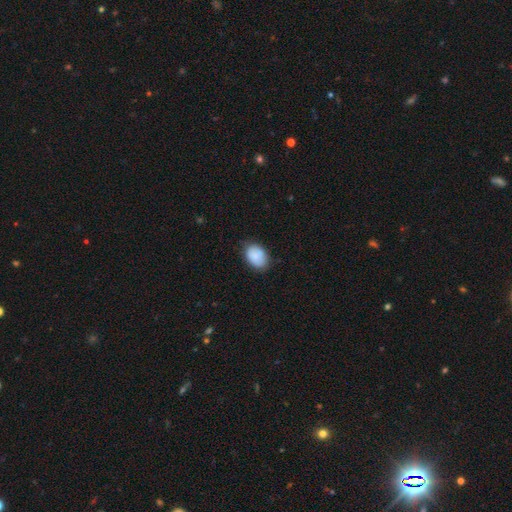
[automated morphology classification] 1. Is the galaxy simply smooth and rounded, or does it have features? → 88% smooth, 7% star or artifact, 6% featured or disk.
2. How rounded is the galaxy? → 76% in between, 23% round, 1% cigar-shaped.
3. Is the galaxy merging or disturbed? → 77% none, 18% minor disturbance, 3% major disturbance, 1% merger.